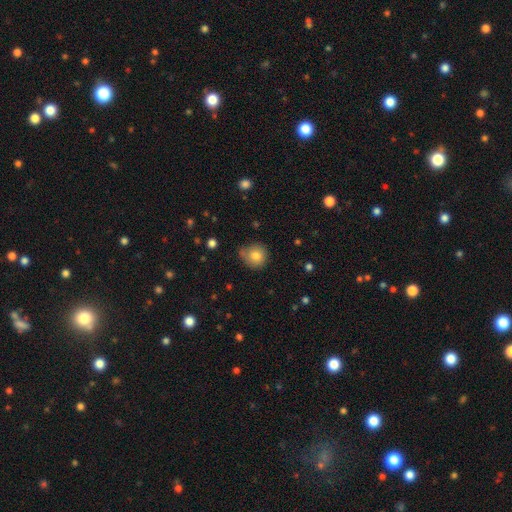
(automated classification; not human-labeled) Q: Smooth or featured?
A: smooth (80%); runner-up: star or artifact (10%)
Q: How rounded?
A: round (89%); runner-up: in between (10%)
Q: Merging?
A: none (66%); runner-up: minor disturbance (24%)